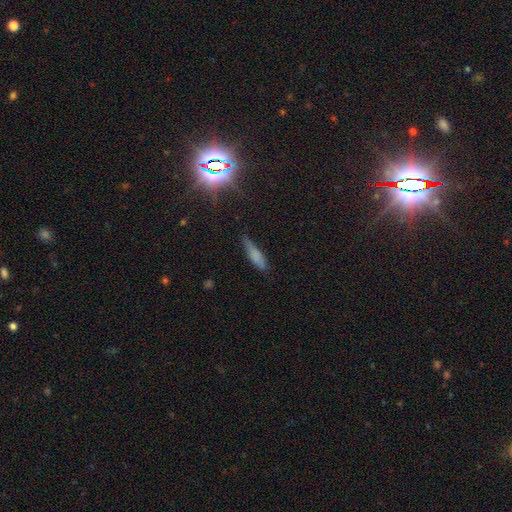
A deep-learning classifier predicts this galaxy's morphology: This appears to be a smooth galaxy with no disk features (71%) that is cigar-shaped (66%). Merging: none (62%).